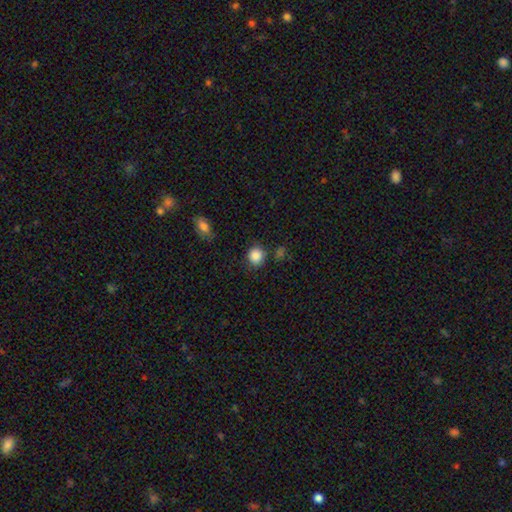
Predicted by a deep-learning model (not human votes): A smooth galaxy with no disk features (87%) that is round (86%).

Vote fractions:
- Smooth or featured? smooth: 87% / star or artifact: 9% / featured or disk: 3%
- How rounded? round: 86% / in between: 13% / cigar-shaped: 1%
- Merging? none: 81% / minor disturbance: 11% / merger: 4% / major disturbance: 3%